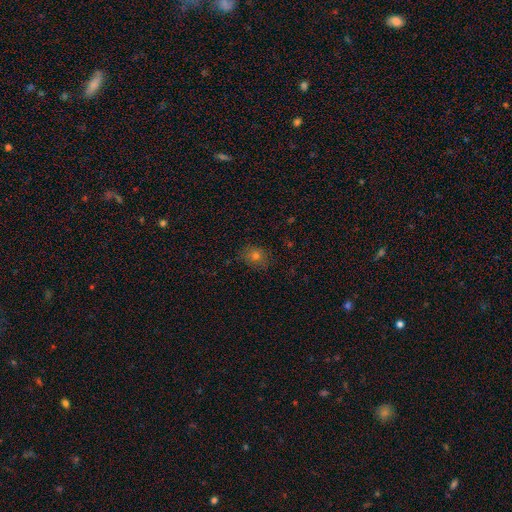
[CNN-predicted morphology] Overall: smooth (69%). How rounded: round (58%; in between 41%). Merging: none (78%).